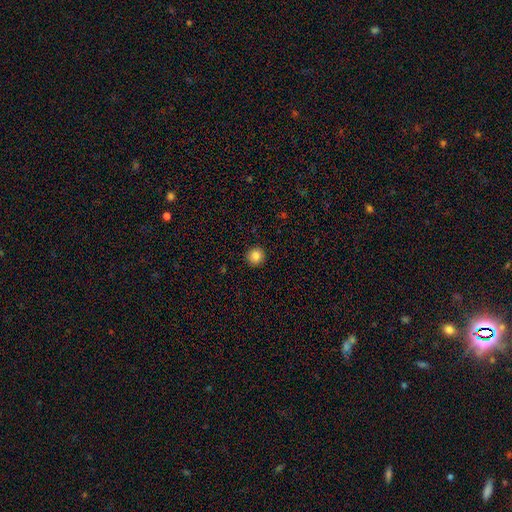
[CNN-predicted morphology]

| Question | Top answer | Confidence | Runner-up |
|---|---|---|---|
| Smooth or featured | smooth | 86% | star or artifact (10%) |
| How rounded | round | 94% | in between (5%) |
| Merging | none | 92% | minor disturbance (5%) |